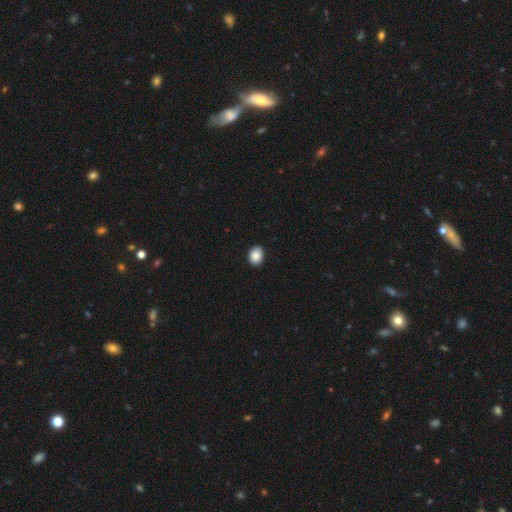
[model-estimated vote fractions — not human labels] smooth-or-featured: smooth: 89% | star or artifact: 8% | featured or disk: 3%
  how-rounded: in between: 58% | round: 41% | cigar-shaped: 1%
  merging: none: 90% | minor disturbance: 7% | major disturbance: 2% | merger: 1%